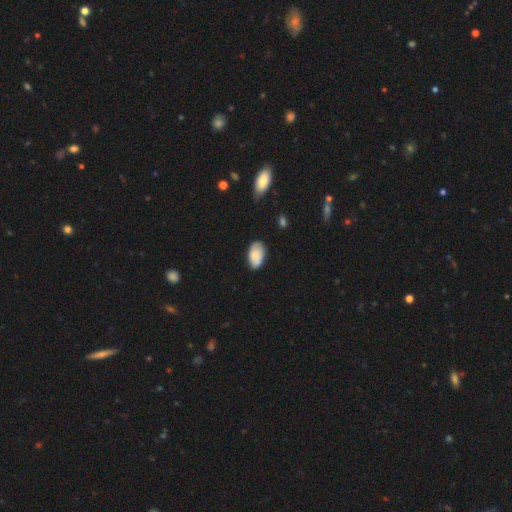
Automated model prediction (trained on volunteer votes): Overall: smooth (80%). How rounded: in between (94%). Merging: none (78%).